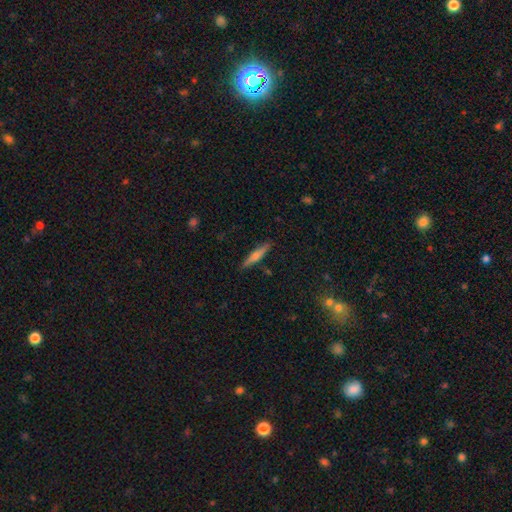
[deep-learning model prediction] Smooth or featured: smooth — 48% (featured or disk — 46%)
Merging: none — 87% (minor disturbance — 9%)